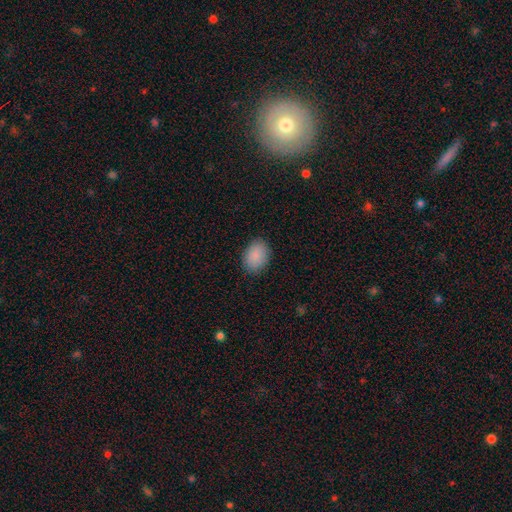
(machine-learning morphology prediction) smooth-or-featured: smooth: 90% | star or artifact: 7% | featured or disk: 3%
  how-rounded: in between: 80% | round: 19% | cigar-shaped: 1%
  merging: none: 88% | minor disturbance: 9% | major disturbance: 2% | merger: 1%